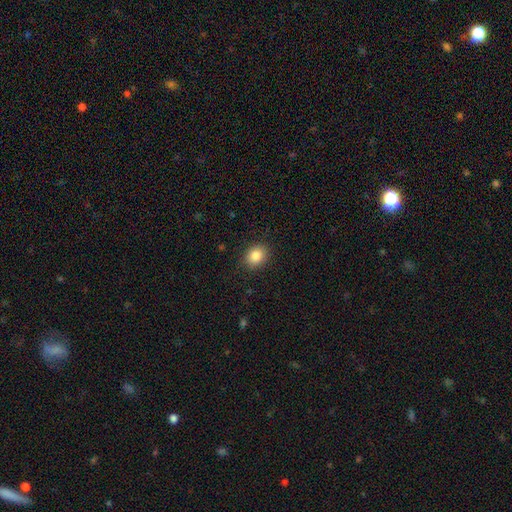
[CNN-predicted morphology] Smooth or featured: smooth — 85% (star or artifact — 9%)
How rounded: round — 53% (in between — 46%)
Merging: none — 88% (minor disturbance — 9%)